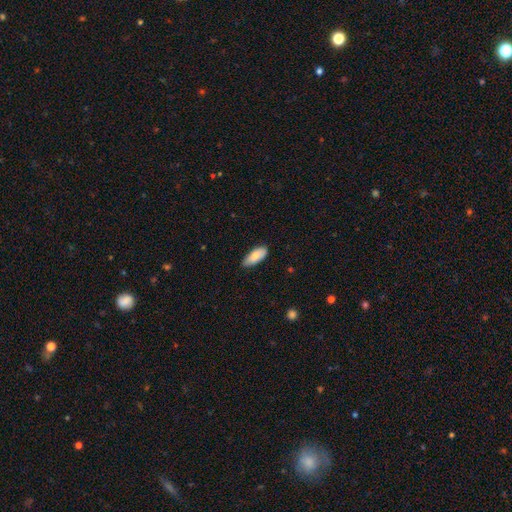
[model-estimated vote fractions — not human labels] Smooth or featured: smooth — 78% (featured or disk — 15%)
How rounded: in between — 83% (cigar-shaped — 15%)
Merging: none — 79% (minor disturbance — 17%)